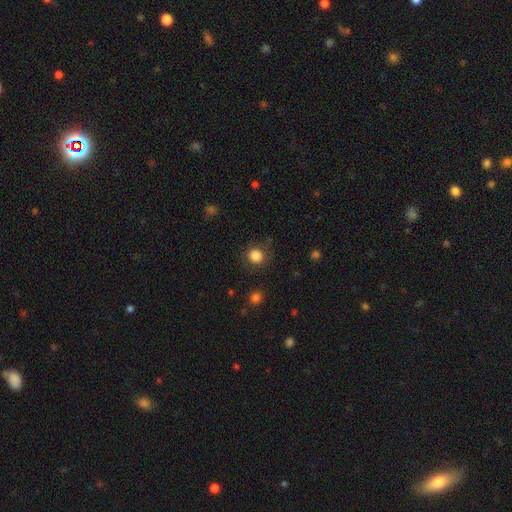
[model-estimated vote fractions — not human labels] Q: Smooth or featured?
A: smooth (85%); runner-up: star or artifact (11%)
Q: How rounded?
A: round (84%); runner-up: in between (15%)
Q: Merging?
A: none (83%); runner-up: minor disturbance (11%)